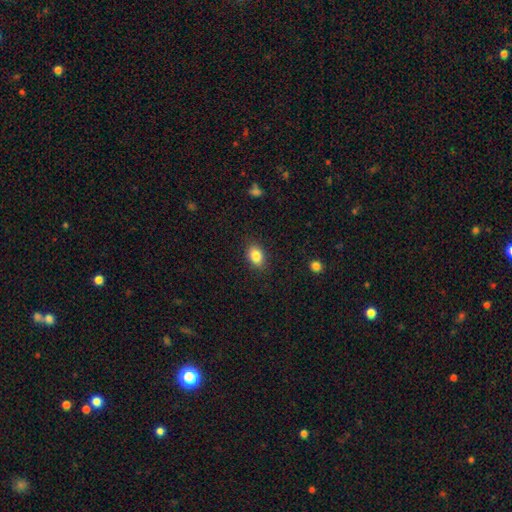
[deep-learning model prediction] Smooth or featured?
  - smooth: 85% *
  - star or artifact: 9%
  - featured or disk: 6%
How rounded?
  - in between: 79% *
  - round: 19%
  - cigar-shaped: 1%
Merging?
  - none: 87% *
  - minor disturbance: 10%
  - major disturbance: 3%
  - merger: 1%